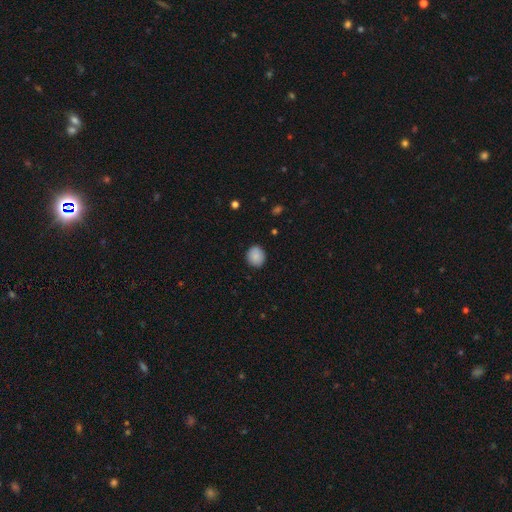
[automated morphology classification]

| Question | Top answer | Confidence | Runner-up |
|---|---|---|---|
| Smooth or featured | smooth | 88% | star or artifact (8%) |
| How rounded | round | 79% | in between (20%) |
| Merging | none | 89% | minor disturbance (8%) |